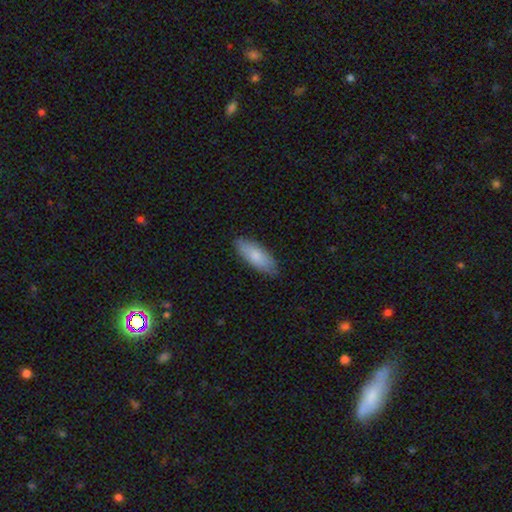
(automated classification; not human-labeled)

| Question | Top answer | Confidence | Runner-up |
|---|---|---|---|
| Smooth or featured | smooth | 78% | featured or disk (16%) |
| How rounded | in between | 75% | cigar-shaped (24%) |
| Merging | none | 84% | minor disturbance (13%) |